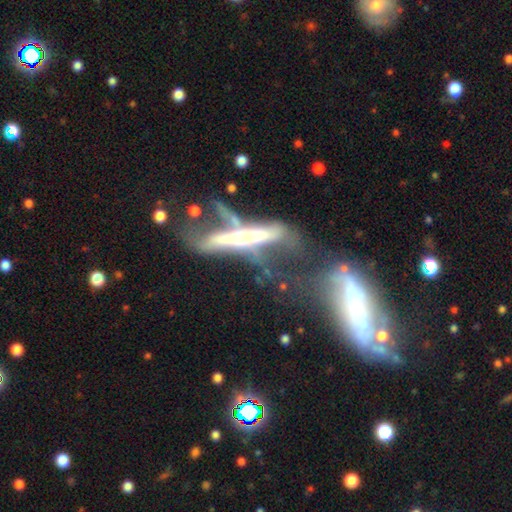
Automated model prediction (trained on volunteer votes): A featured or disk galaxy (69%) viewed edge-on (77%) with no central bulge (44%).

Vote fractions:
- Smooth or featured? featured or disk: 69% / smooth: 22% / star or artifact: 9%
- Edge-on disk? yes: 77% / no: 23%
- Edge-on bulge? none: 44% / rounded: 34% / boxy: 21%
- Merging? merger: 41% / major disturbance: 24% / none: 21% / minor disturbance: 14%